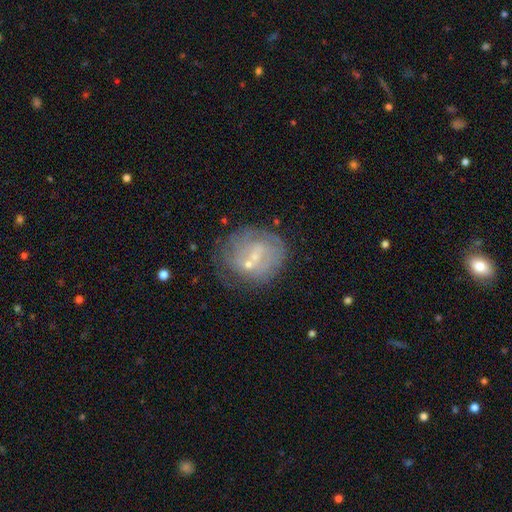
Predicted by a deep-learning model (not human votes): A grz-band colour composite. It shows a featured or disk galaxy (63%) with no bar (60%), spiral arms (63%) and a small central bulge (72%). Merging: none (53%).